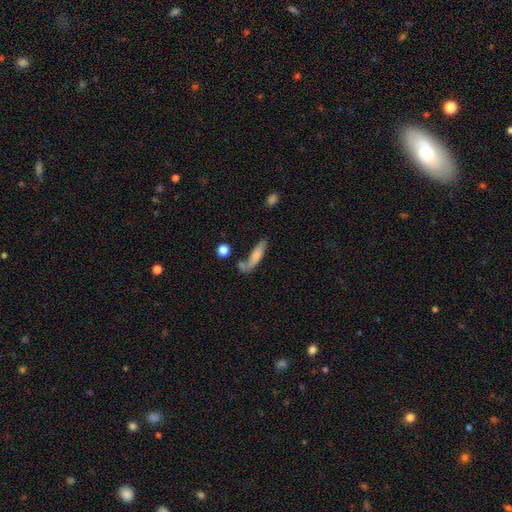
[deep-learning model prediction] Smooth or featured? Predicted: smooth (p=0.63). How rounded? Predicted: cigar-shaped (p=0.63). Merging? Predicted: none (p=0.45).